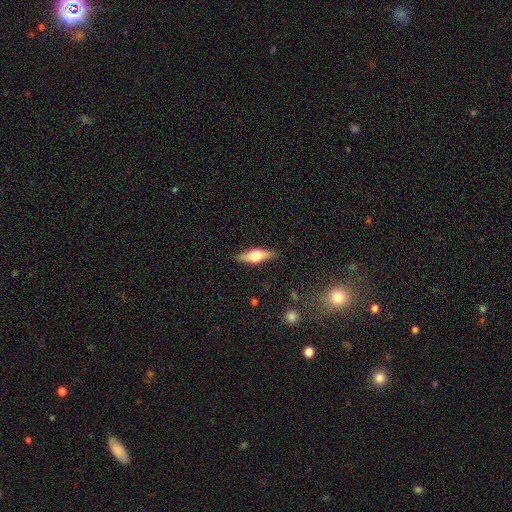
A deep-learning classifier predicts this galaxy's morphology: This is possibly a featured or disk galaxy (53%). It is clearly viewed edge-on (92%). Merging: clearly none (87%).